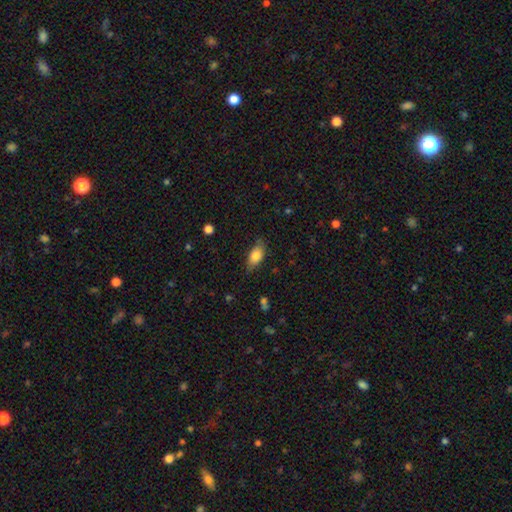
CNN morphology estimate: smooth-or-featured: smooth: 79% | featured or disk: 14% | star or artifact: 7%
  how-rounded: in between: 87% | cigar-shaped: 9% | round: 4%
  merging: none: 76% | minor disturbance: 19% | major disturbance: 4% | merger: 1%